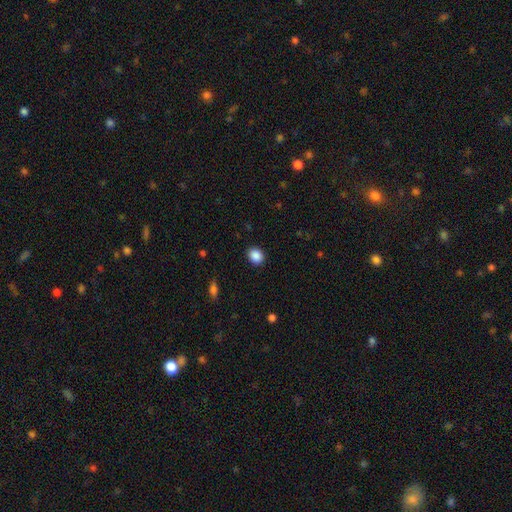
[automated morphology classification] This appears to be a smooth galaxy with no disk features (88%) that is round (59%). Merging: none (90%).